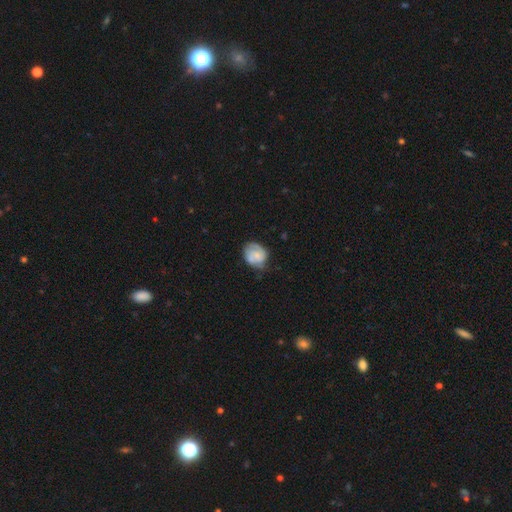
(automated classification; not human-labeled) Smooth or featured? Predicted: featured or disk (p=0.49). Merging? Predicted: none (p=0.56).